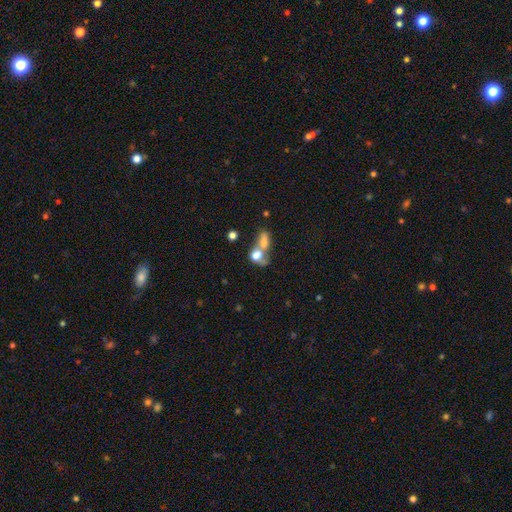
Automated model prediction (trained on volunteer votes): Smooth or featured? smooth (67%)
How rounded? in between (56%)
Merging? merger (73%)